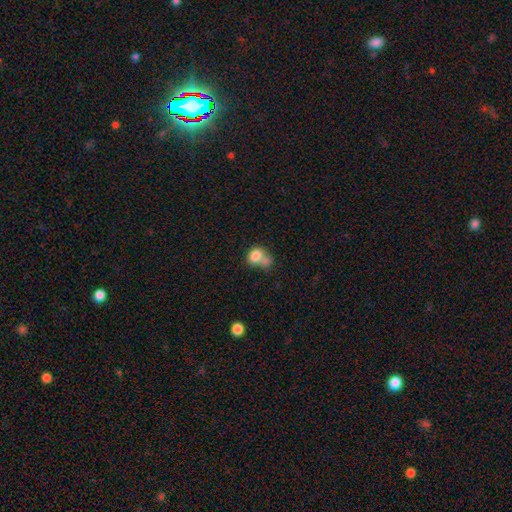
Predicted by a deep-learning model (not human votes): A smooth galaxy with no disk features (78%) that is round (54%).

Vote fractions:
- Smooth or featured? smooth: 78% / featured or disk: 12% / star or artifact: 10%
- How rounded? round: 54% / in between: 45% / cigar-shaped: 1%
- Merging? merger: 53% / none: 27% / minor disturbance: 12% / major disturbance: 8%